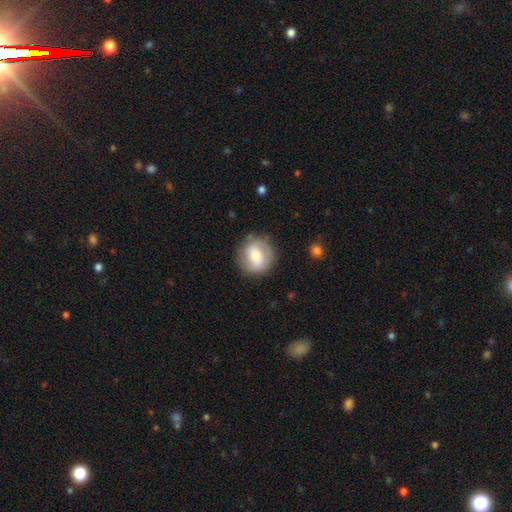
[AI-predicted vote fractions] Smooth or featured? smooth (57%)
How rounded? round (84%)
Merging? none (81%)